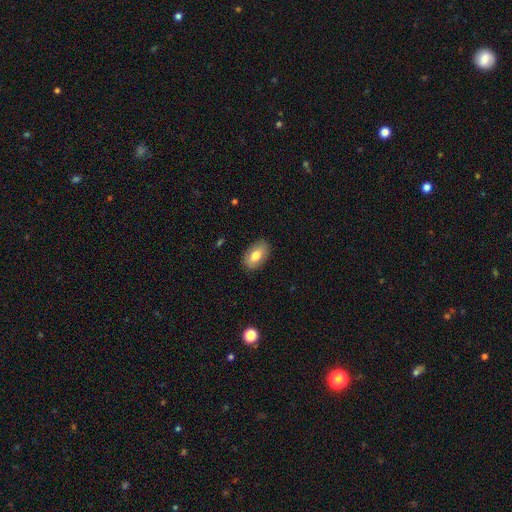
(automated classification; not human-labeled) Morphology: type=smooth (75%); roundness=in between (90%); merging=none (85%).